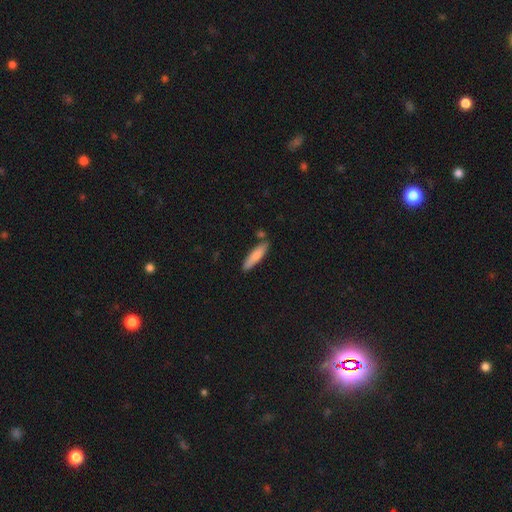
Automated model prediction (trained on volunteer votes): This appears to be a smooth galaxy with no disk features (76%) that is cigar-shaped (82%). Merging: none (79%).